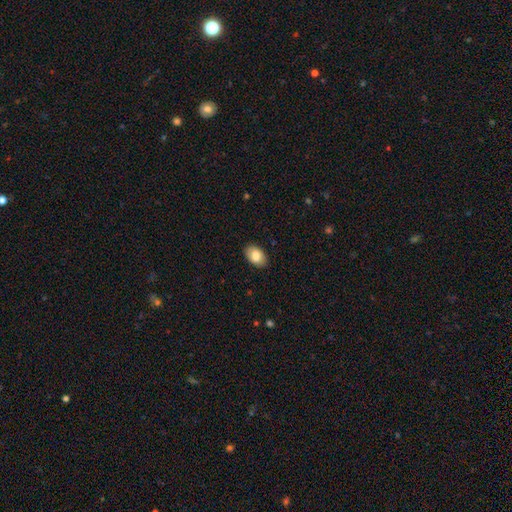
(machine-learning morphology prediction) smooth-or-featured: smooth: 84% | featured or disk: 9% | star or artifact: 7%
  how-rounded: in between: 89% | round: 10% | cigar-shaped: 1%
  merging: none: 89% | minor disturbance: 8% | major disturbance: 2% | merger: 1%